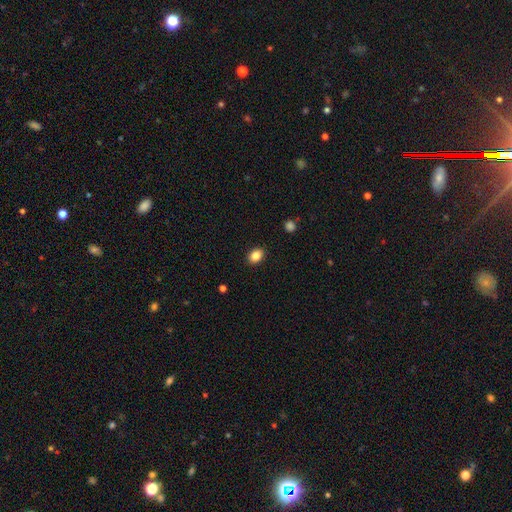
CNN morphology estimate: Q: Smooth or featured?
A: smooth (85%); runner-up: star or artifact (9%)
Q: How rounded?
A: in between (68%); runner-up: round (31%)
Q: Merging?
A: none (89%); runner-up: minor disturbance (8%)